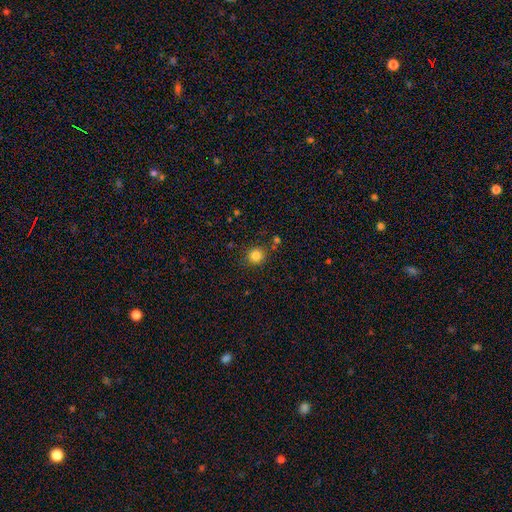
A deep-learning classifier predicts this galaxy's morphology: This is clearly a smooth galaxy (83%). How rounded: clearly round (91%). Merging: clearly none (84%).